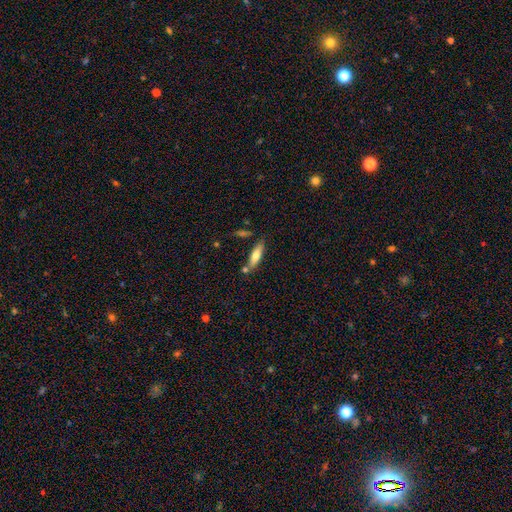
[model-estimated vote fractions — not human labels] A smooth galaxy with no disk features (68%) that is cigar-shaped (60%). Merging: none (69%).